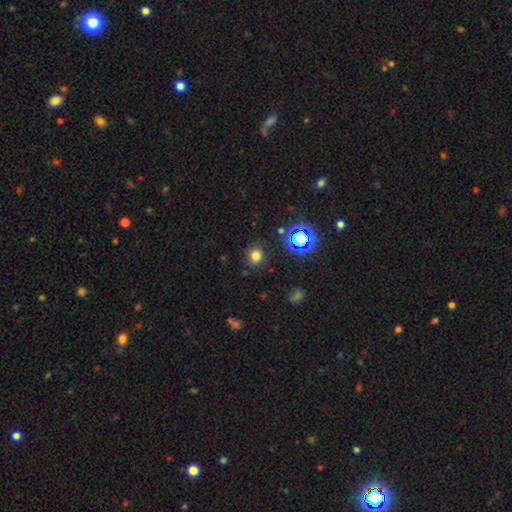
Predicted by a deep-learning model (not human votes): Morphology: type=smooth (74%); roundness=round (82%); merging=none (85%).